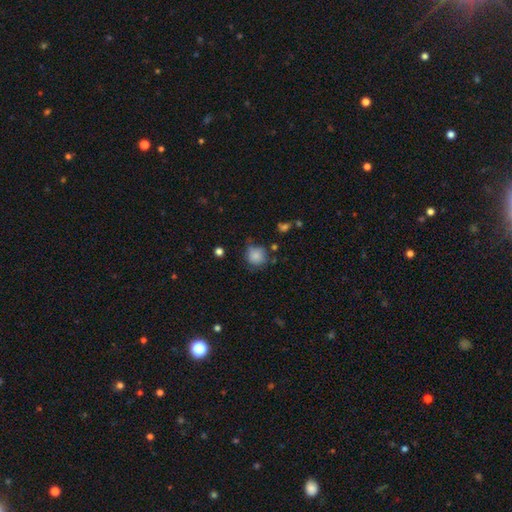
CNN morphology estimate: smooth 83%, star or artifact 9%, featured or disk 8%. Down the decision tree: how rounded — round (86%); merging — none (63%).